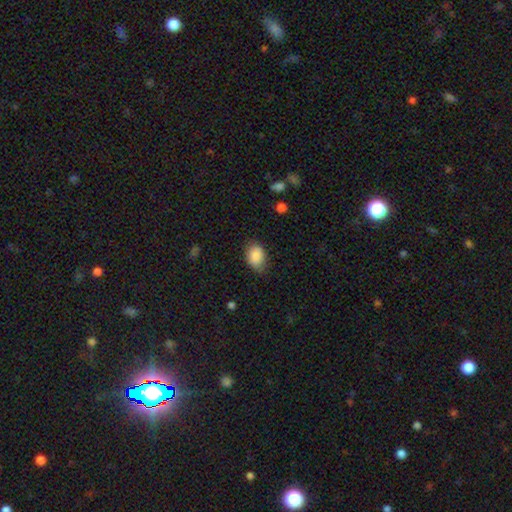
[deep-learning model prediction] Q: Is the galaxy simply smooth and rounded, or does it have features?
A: smooth — 87%.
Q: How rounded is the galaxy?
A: in between — 77%.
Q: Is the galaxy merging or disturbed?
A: none — 70%.